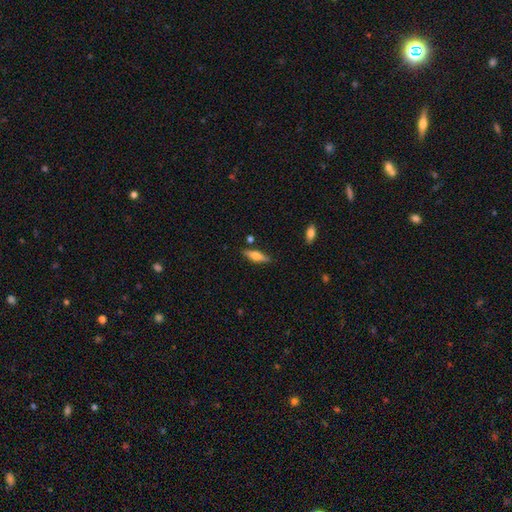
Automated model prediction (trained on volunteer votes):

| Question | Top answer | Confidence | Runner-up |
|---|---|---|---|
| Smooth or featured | smooth | 49% | featured or disk (44%) |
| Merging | none | 83% | minor disturbance (11%) |